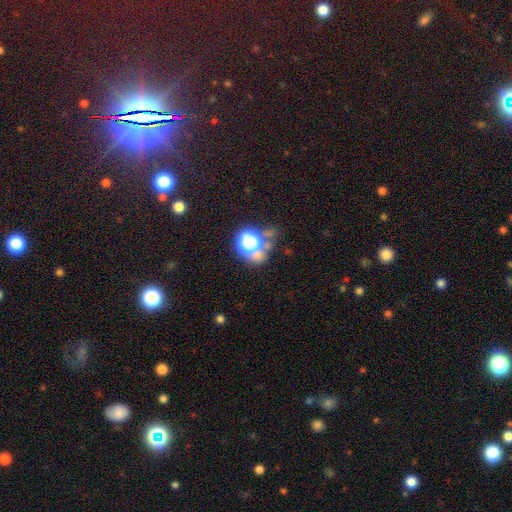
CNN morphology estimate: A smooth galaxy with no disk features (48%). Merging: none (43%).